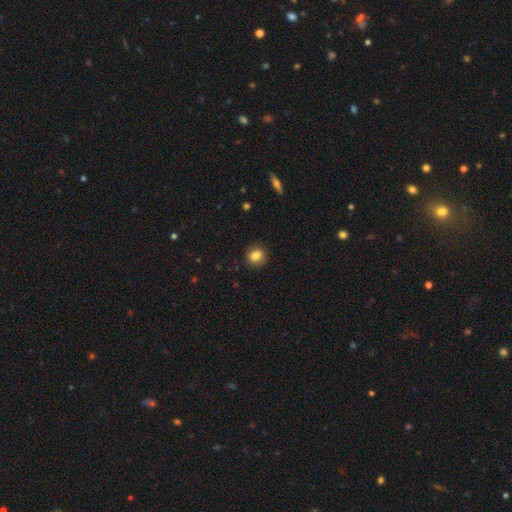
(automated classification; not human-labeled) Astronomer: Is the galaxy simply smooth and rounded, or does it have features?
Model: smooth — 84%.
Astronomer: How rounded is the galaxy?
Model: round — 74%.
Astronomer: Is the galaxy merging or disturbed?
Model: none — 89%.